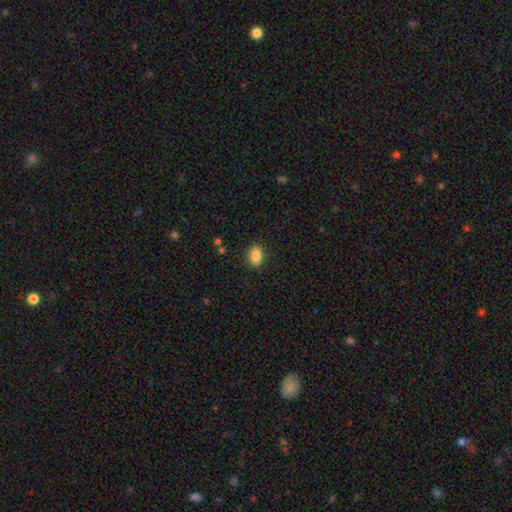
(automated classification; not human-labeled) This is clearly a smooth galaxy (85%). How rounded: clearly in between (90%). Merging: clearly none (87%).